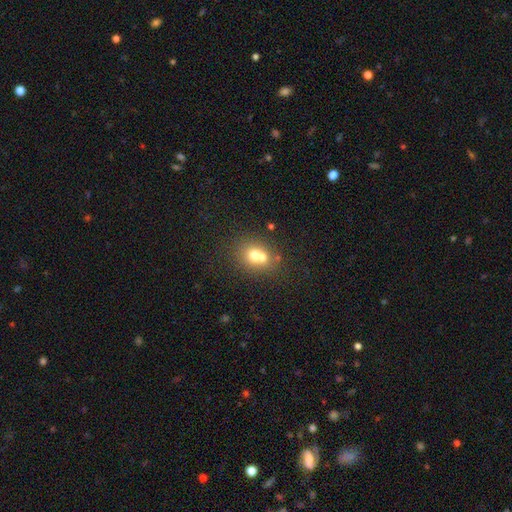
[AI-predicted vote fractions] This is likely a smooth galaxy (65%). How rounded: likely round (70%). Merging: possibly merger (53%).